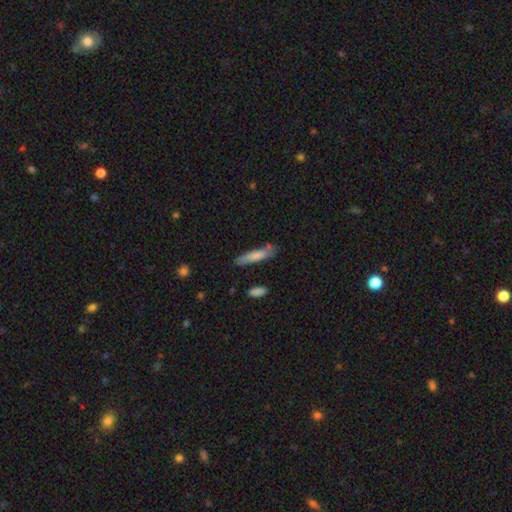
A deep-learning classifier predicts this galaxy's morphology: The model was most divided on "smooth or featured": smooth: 74%, featured or disk: 20%, star or artifact: 6%. More confident: how rounded — cigar-shaped (82%); merging — none (74%).